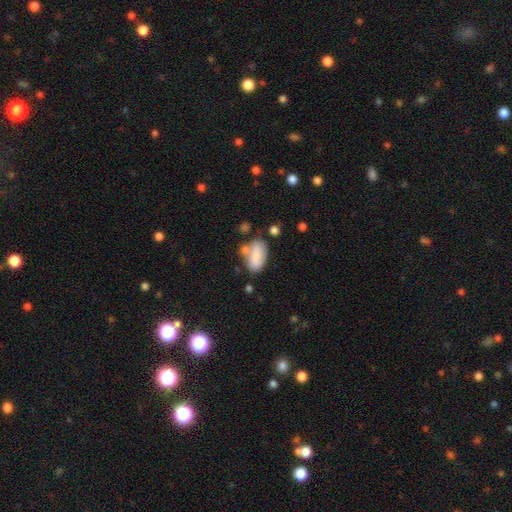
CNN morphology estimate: smooth-or-featured: smooth: 81% | featured or disk: 11% | star or artifact: 8%
  how-rounded: in between: 91% | cigar-shaped: 5% | round: 4%
  merging: none: 53% | minor disturbance: 21% | merger: 18% | major disturbance: 8%